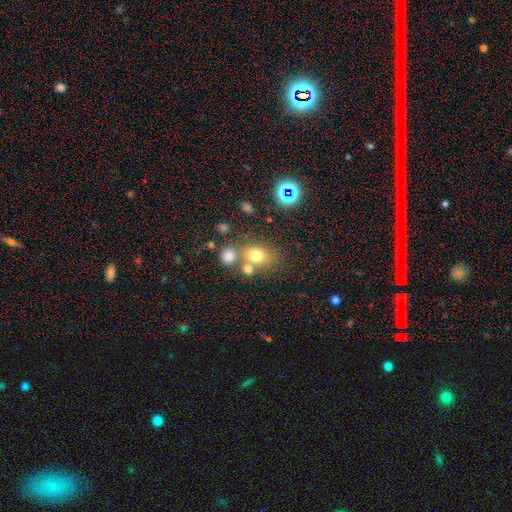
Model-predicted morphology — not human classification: A smooth galaxy with no disk features (71%) that is round (51%).

Vote fractions:
- Smooth or featured? smooth: 71% / star or artifact: 17% / featured or disk: 13%
- How rounded? round: 51% / in between: 48% / cigar-shaped: 1%
- Merging? none: 55% / merger: 28% / minor disturbance: 12% / major disturbance: 5%